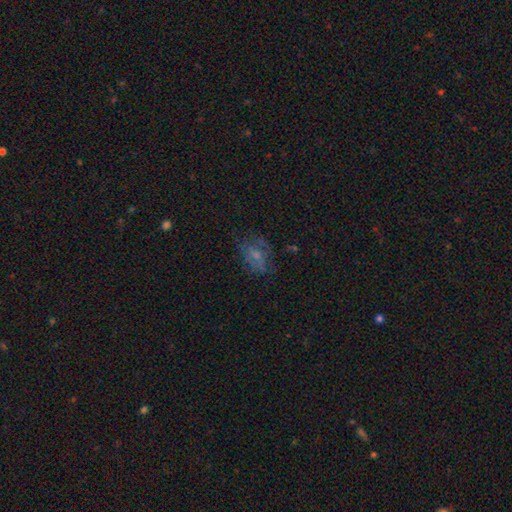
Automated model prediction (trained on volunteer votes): Smooth or featured?
  - featured or disk: 44% *
  - smooth: 40%
  - star or artifact: 17%
Merging?
  - none: 57% *
  - minor disturbance: 22%
  - major disturbance: 18%
  - merger: 2%